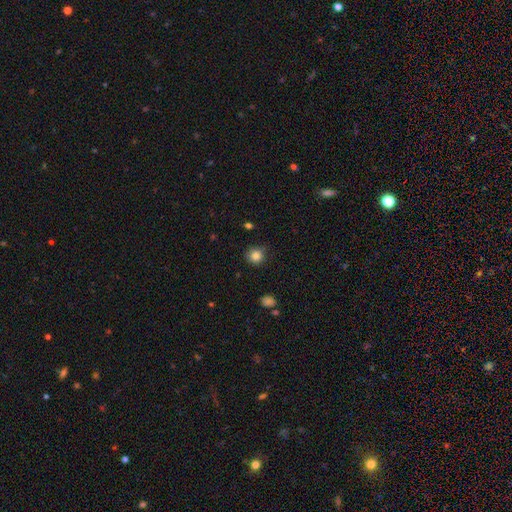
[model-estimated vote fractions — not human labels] A smooth galaxy with no disk features (85%) that is round (92%).

Vote fractions:
- Smooth or featured? smooth: 85% / star or artifact: 11% / featured or disk: 4%
- How rounded? round: 92% / in between: 7% / cigar-shaped: 1%
- Merging? none: 86% / minor disturbance: 10% / major disturbance: 2% / merger: 1%